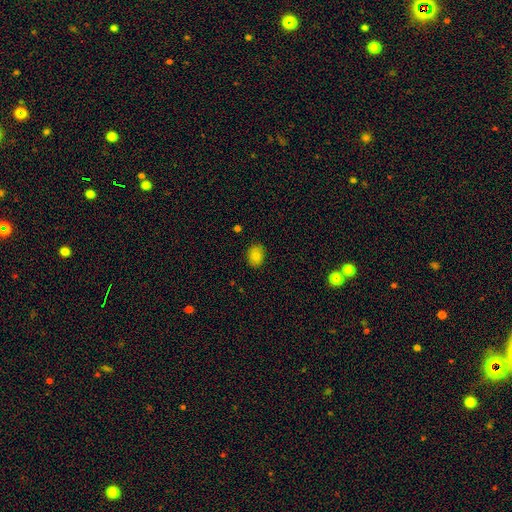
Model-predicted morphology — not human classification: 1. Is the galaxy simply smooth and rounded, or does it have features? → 83% smooth, 10% star or artifact, 6% featured or disk.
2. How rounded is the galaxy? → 60% in between, 39% round, 1% cigar-shaped.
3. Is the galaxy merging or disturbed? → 85% none, 11% minor disturbance, 2% major disturbance, 1% merger.